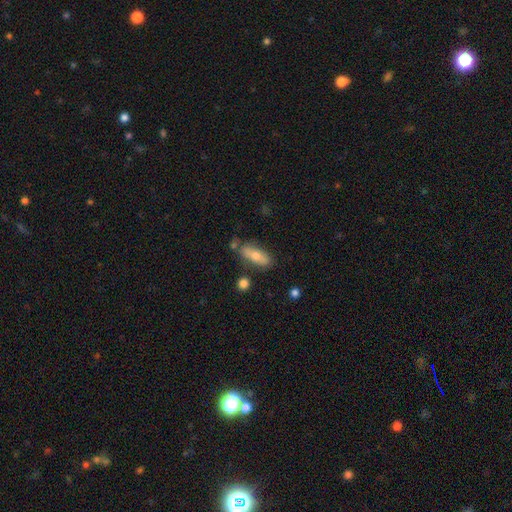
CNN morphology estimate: Q: Smooth or featured?
A: smooth (64%); runner-up: featured or disk (29%)
Q: How rounded?
A: in between (67%); runner-up: cigar-shaped (29%)
Q: Merging?
A: none (72%); runner-up: minor disturbance (16%)